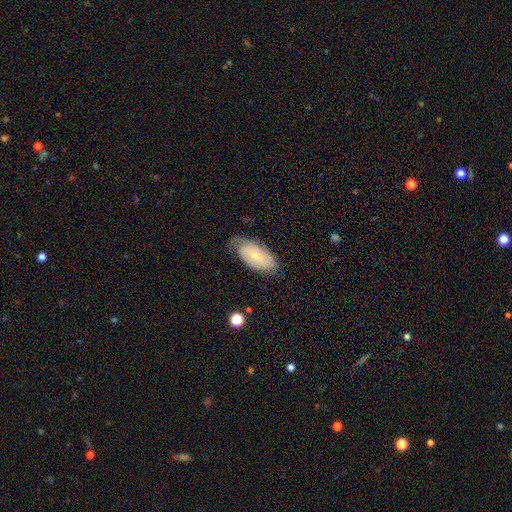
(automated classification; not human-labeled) Smooth or featured? featured or disk (61%)
Edge-on disk? no (93%)
Bar? no (73%)
Spiral arms? yes (86%)
Bulge size? small (71%)
Merging? none (62%)